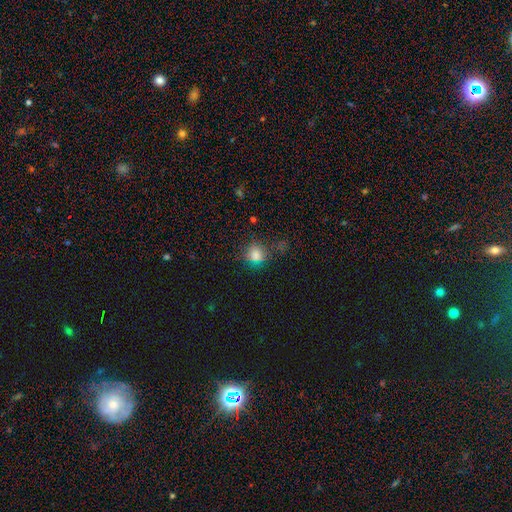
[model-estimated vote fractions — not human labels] A smooth galaxy with no disk features (73%) that is round (80%).

Vote fractions:
- Smooth or featured? smooth: 73% / star or artifact: 21% / featured or disk: 6%
- How rounded? round: 80% / in between: 18% / cigar-shaped: 1%
- Merging? none: 75% / minor disturbance: 15% / major disturbance: 6% / merger: 4%